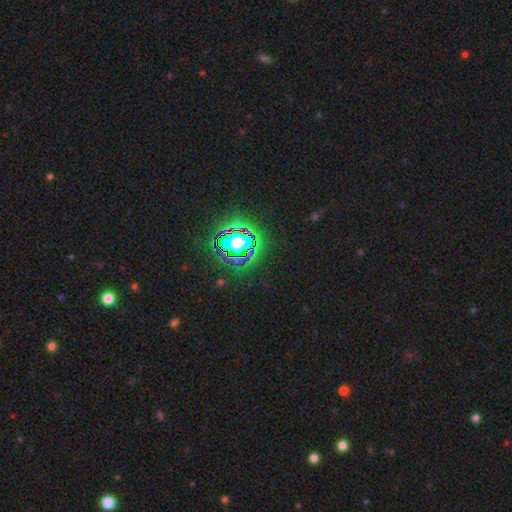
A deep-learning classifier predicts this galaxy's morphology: The model was most divided on "smooth or featured": star or artifact: 84%, smooth: 10%, featured or disk: 6%.